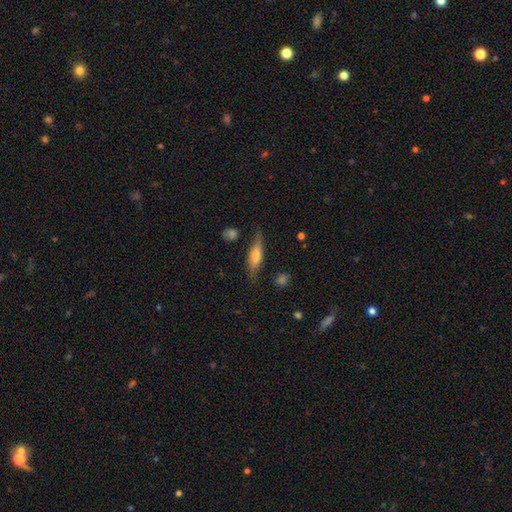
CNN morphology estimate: Overall: smooth (56%; featured or disk 37%). How rounded: cigar-shaped (66%; in between 31%). Merging: none (74%).